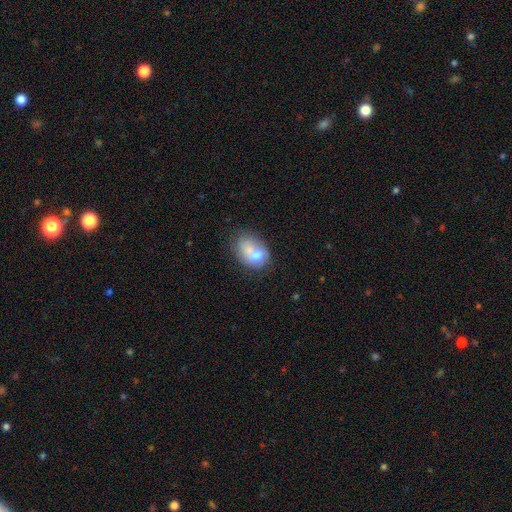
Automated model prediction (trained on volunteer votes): Q: Smooth or featured?
A: smooth (63%); runner-up: featured or disk (28%)
Q: How rounded?
A: in between (65%); runner-up: round (34%)
Q: Merging?
A: merger (51%); runner-up: none (24%)